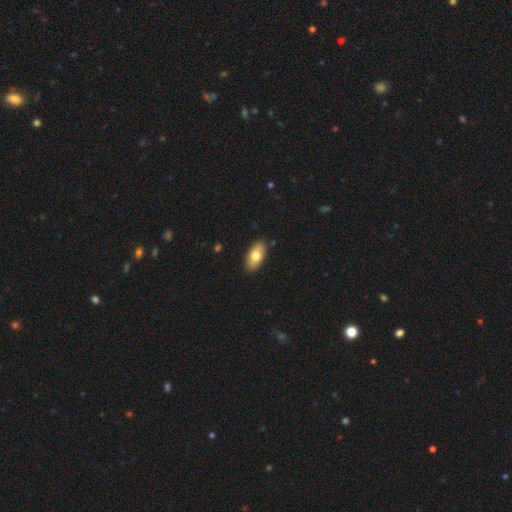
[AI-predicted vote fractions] Morphology: type=smooth (76%); roundness=in between (92%); merging=none (88%).